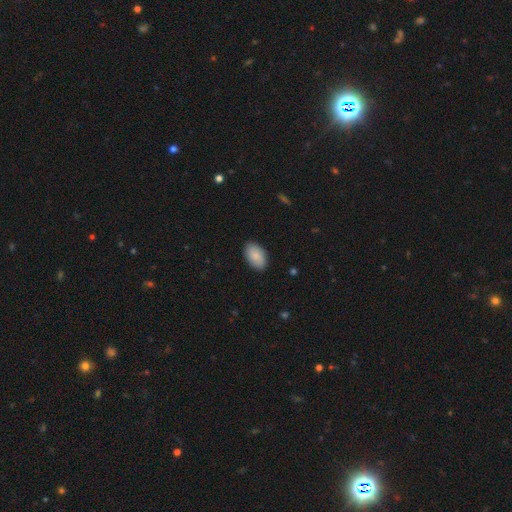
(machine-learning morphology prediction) A smooth galaxy with no disk features (87%) that is in between round and cigar-shaped (93%).

Vote fractions:
- Smooth or featured? smooth: 87% / featured or disk: 7% / star or artifact: 6%
- How rounded? in between: 93% / round: 5% / cigar-shaped: 1%
- Merging? none: 87% / minor disturbance: 10% / major disturbance: 2% / merger: 1%